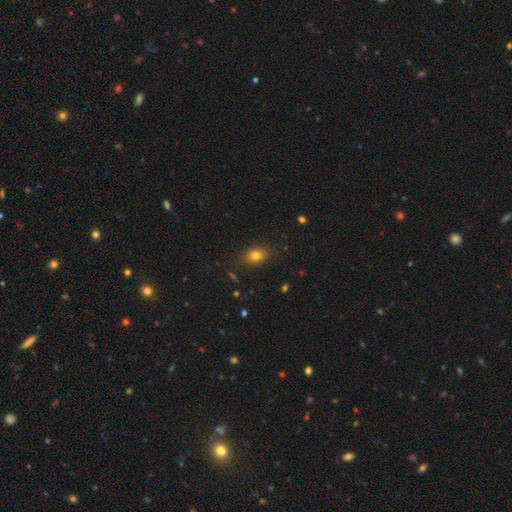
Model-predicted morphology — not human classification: type=smooth (79%); roundness=in between (70%); merging=none (84%).